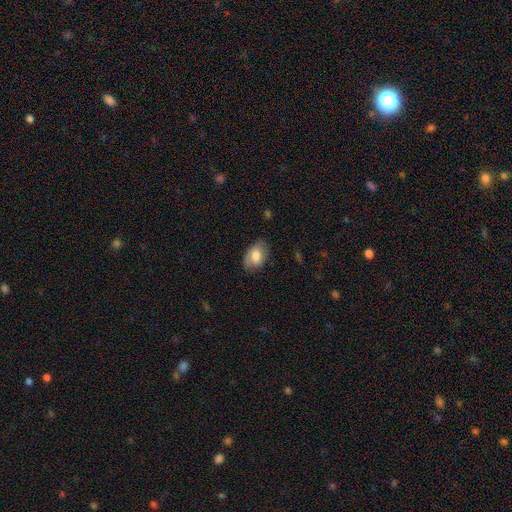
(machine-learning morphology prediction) A smooth galaxy with no disk features (74%) that is in between round and cigar-shaped (89%).

Vote fractions:
- Smooth or featured? smooth: 74% / featured or disk: 19% / star or artifact: 7%
- How rounded? in between: 89% / round: 9% / cigar-shaped: 1%
- Merging? none: 73% / minor disturbance: 21% / major disturbance: 5% / merger: 1%